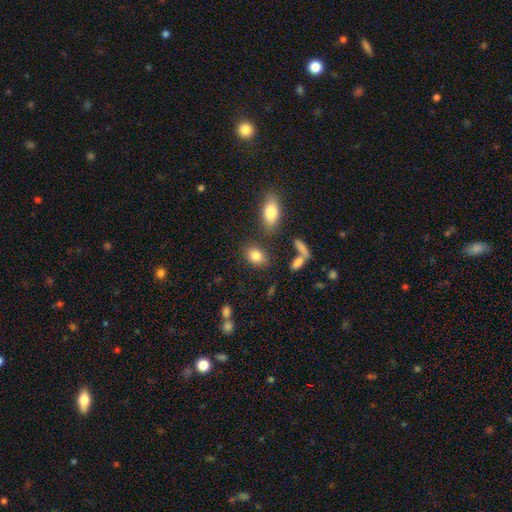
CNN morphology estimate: smooth_or_featured: smooth (p=0.83) [alt: star or artifact p=0.09]
how_rounded: in between (p=0.72) [alt: round p=0.26]
merging: none (p=0.73) [alt: minor disturbance p=0.13]